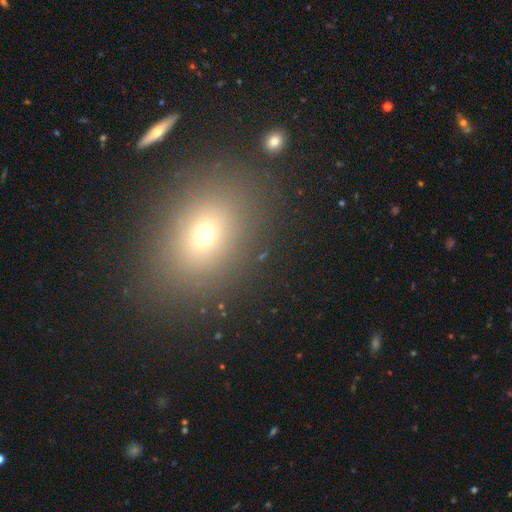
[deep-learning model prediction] Smooth or featured?
  - smooth: 65% *
  - star or artifact: 24%
  - featured or disk: 12%
How rounded?
  - in between: 56% *
  - round: 42%
  - cigar-shaped: 2%
Merging?
  - none: 86% *
  - minor disturbance: 7%
  - major disturbance: 4%
  - merger: 3%